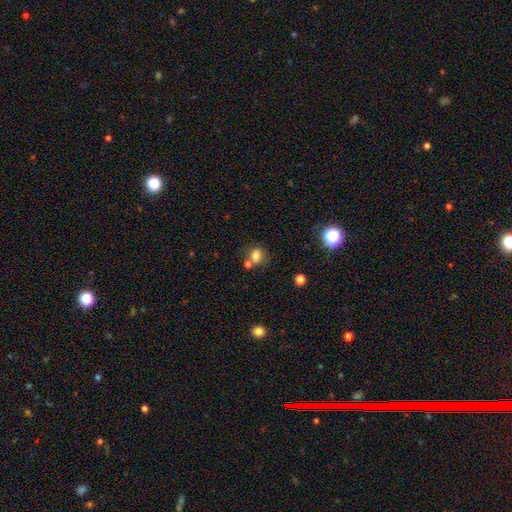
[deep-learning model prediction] Overall: smooth (78%). How rounded: in between (52%; round 47%). Merging: none (54%; merger 28%).